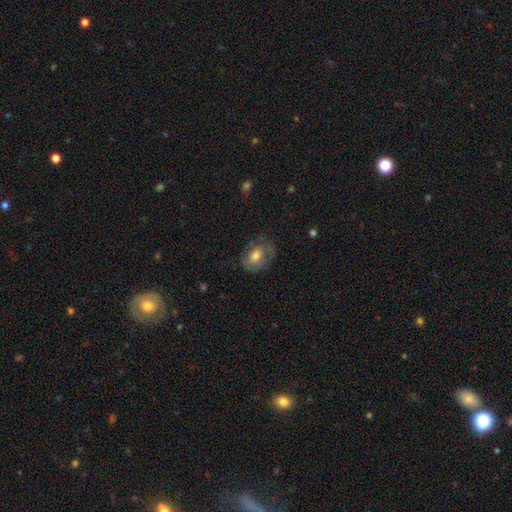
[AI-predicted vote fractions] Overall: smooth (60%; featured or disk 31%). How rounded: in between (70%). Merging: none (61%; minor disturbance 24%).